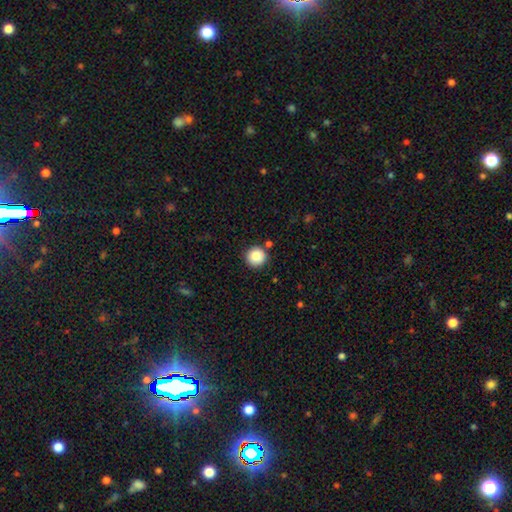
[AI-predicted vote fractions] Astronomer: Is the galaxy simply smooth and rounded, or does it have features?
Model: smooth — 83%.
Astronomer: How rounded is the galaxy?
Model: round — 95%.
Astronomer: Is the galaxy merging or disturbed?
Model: none — 85%.